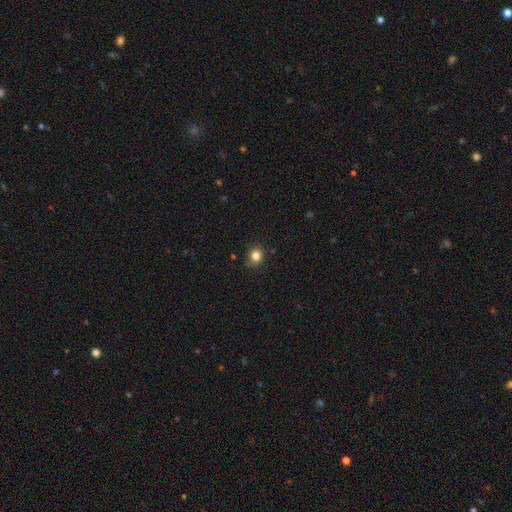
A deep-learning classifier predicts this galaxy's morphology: A smooth galaxy with no disk features (82%) that is round (79%).

Vote fractions:
- Smooth or featured? smooth: 82% / star or artifact: 13% / featured or disk: 5%
- How rounded? round: 79% / in between: 20% / cigar-shaped: 1%
- Merging? none: 80% / minor disturbance: 15% / major disturbance: 3% / merger: 2%